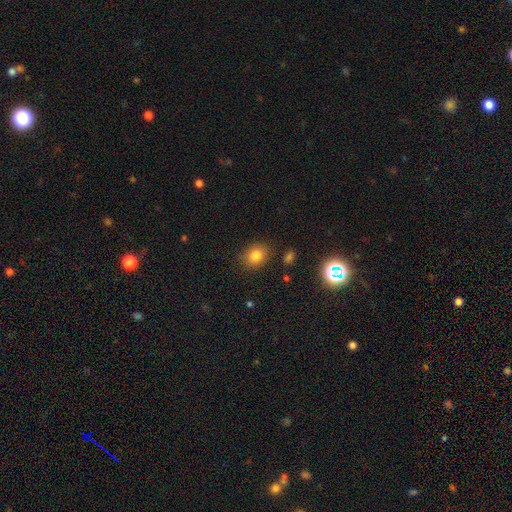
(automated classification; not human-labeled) Morphology: type=smooth (81%); roundness=round (52%); merging=none (84%).